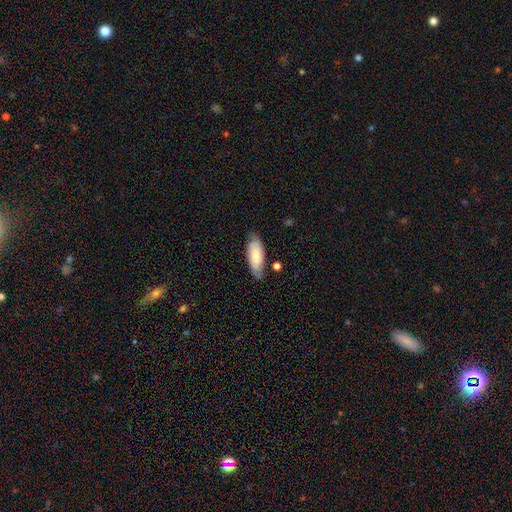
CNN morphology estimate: Smooth or featured?
  - smooth: 76% *
  - featured or disk: 18%
  - star or artifact: 6%
How rounded?
  - in between: 74% *
  - cigar-shaped: 25%
  - round: 2%
Merging?
  - none: 73% *
  - minor disturbance: 21%
  - major disturbance: 4%
  - merger: 3%